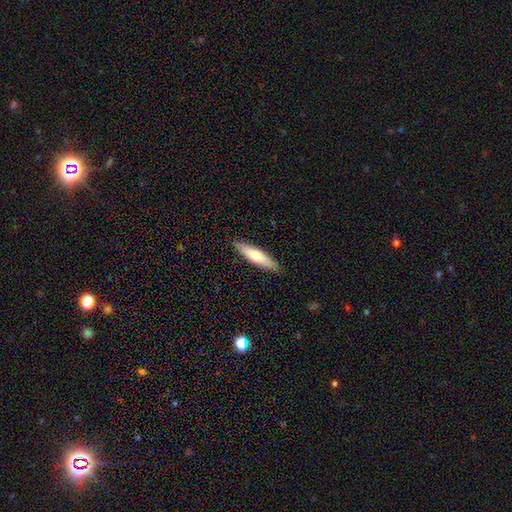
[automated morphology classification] This appears to be a smooth galaxy with no disk features (61%) that is cigar-shaped (79%). Merging: none (89%).